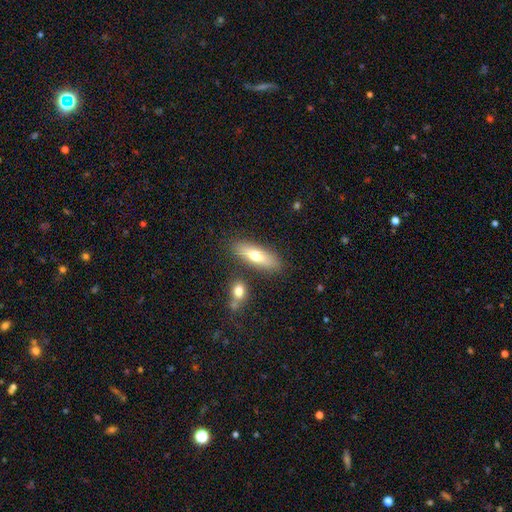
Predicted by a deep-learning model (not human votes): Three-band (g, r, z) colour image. It shows a smooth galaxy with no disk features (66%) that is in between round and cigar-shaped (50%). Merging: none (79%).